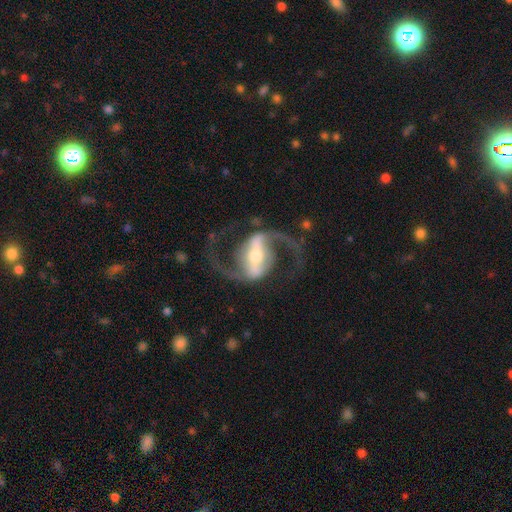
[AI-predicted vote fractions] The model was most divided on "spiral winding": medium: 52%, loose: 40%, tight: 8%. More confident: spiral arms — yes (97%); edge-on disk — no (97%); spiral arm count — 2 (94%); smooth or featured — featured or disk (93%); merging — none (78%); bar — strong (71%); bulge size — moderate (53%).